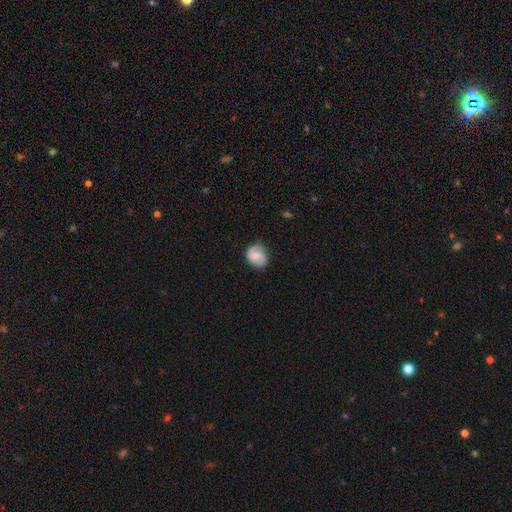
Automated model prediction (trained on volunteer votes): Smooth or featured? Predicted: featured or disk (p=0.53). Edge-on disk? Predicted: no (p=0.97). Bar? Predicted: no (p=0.61). Spiral arms? Predicted: yes (p=0.90). Bulge size? Predicted: small (p=0.45). Merging? Predicted: none (p=0.70).